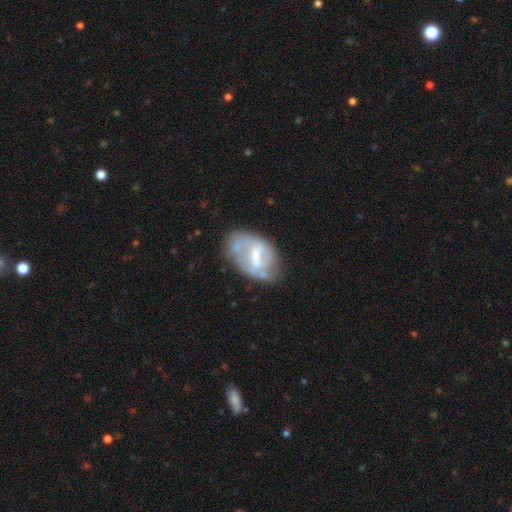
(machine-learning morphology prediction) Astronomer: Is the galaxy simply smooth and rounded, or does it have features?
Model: featured or disk — 62%.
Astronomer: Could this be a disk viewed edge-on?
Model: no — 95%.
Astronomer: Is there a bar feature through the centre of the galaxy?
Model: weak — 44% (runner-up: strong, 33%).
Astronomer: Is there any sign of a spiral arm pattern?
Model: no — 59% (runner-up: yes, 41%).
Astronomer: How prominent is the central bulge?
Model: moderate — 37% (runner-up: small, 34%).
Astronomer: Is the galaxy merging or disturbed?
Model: none — 48% (runner-up: minor disturbance, 28%).